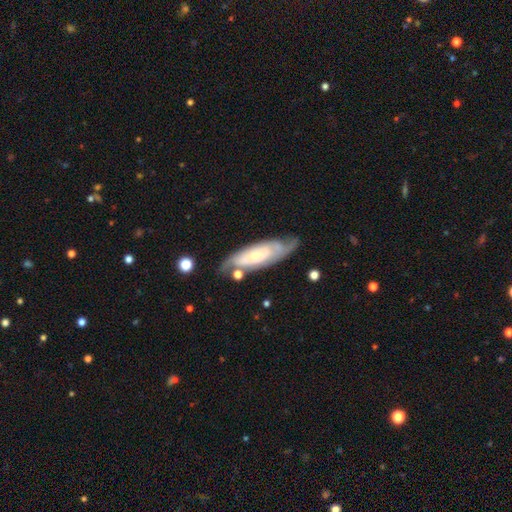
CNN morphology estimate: Smooth or featured?
  - featured or disk: 69% *
  - smooth: 26%
  - star or artifact: 6%
Edge-on disk?
  - no: 78% *
  - yes: 22%
Bar?
  - no: 69% *
  - weak: 23%
  - strong: 8%
Spiral arms?
  - yes: 82% *
  - no: 18%
Bulge size?
  - small: 66% *
  - moderate: 28%
  - large: 3%
  - none: 2%
  - dominant: 1%
Merging?
  - none: 65% *
  - minor disturbance: 22%
  - major disturbance: 8%
  - merger: 6%